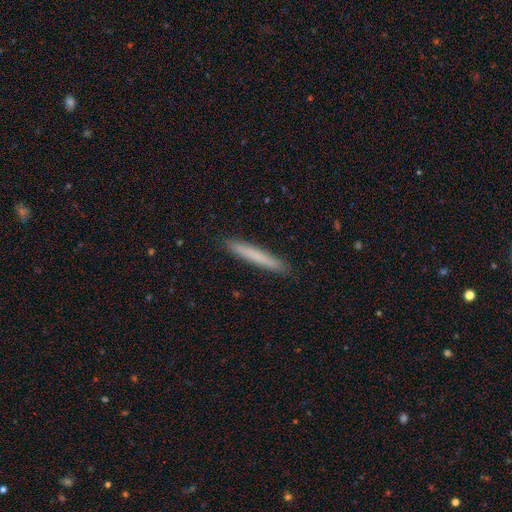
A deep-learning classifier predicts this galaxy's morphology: type=smooth (73%); roundness=cigar-shaped (97%); merging=none (92%).